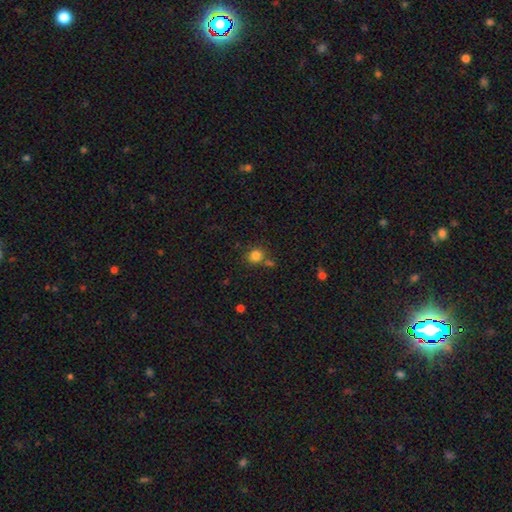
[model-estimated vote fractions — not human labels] Smooth or featured? Predicted: smooth (p=0.82). How rounded? Predicted: round (p=0.86). Merging? Predicted: none (p=0.69).